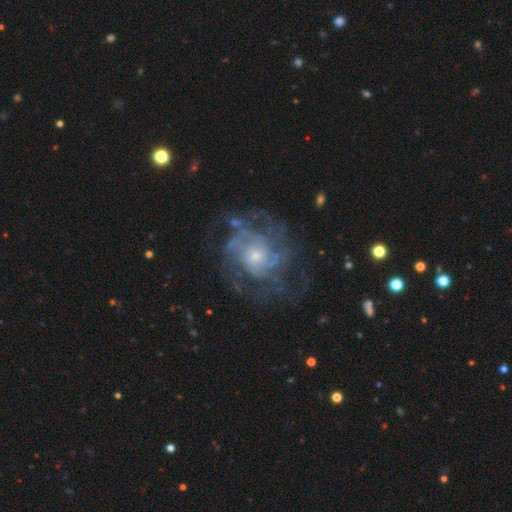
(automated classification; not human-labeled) featured or disk 85%, smooth 8%, star or artifact 7%. Down the decision tree: edge-on disk — no (98%); bar — no (77%); spiral arms — yes (92%); spiral arm count — can't tell (35%); spiral winding — tight (53%); bulge size — small (62%); merging — none (68%).